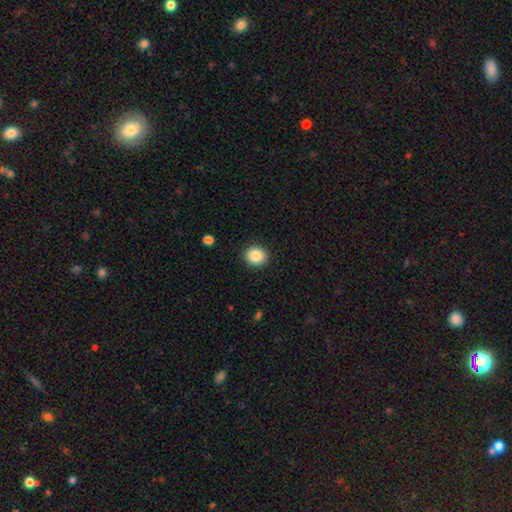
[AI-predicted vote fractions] smooth-or-featured: smooth: 87% | star or artifact: 9% | featured or disk: 4%
  how-rounded: round: 80% | in between: 19% | cigar-shaped: 1%
  merging: none: 90% | minor disturbance: 6% | major disturbance: 2% | merger: 1%